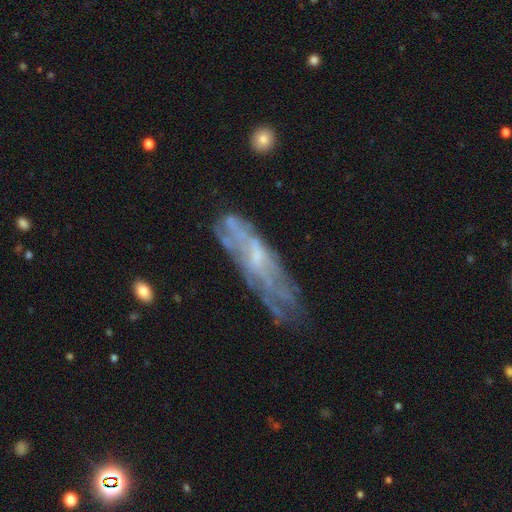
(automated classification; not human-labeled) Overall: featured or disk (68%). Edge-on disk: no (71%). Merging: none (54%; minor disturbance 26%).